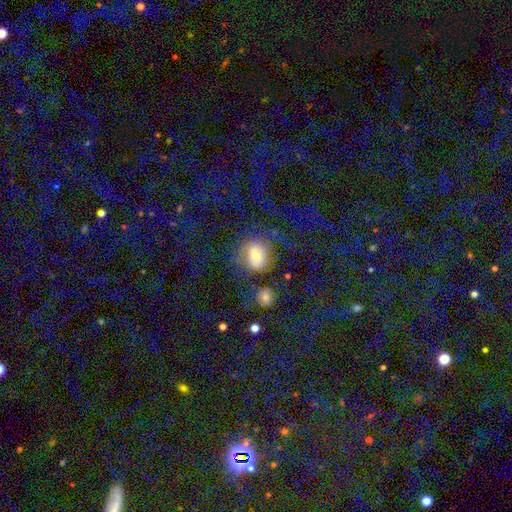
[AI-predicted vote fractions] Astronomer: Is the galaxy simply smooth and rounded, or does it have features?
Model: smooth — 63%.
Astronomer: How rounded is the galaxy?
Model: round — 57% (runner-up: in between, 42%).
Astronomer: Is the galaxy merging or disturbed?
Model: none — 51%.